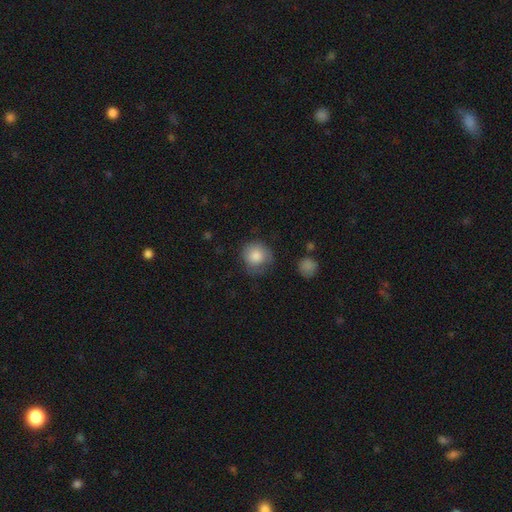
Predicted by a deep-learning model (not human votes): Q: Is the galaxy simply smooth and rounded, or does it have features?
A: smooth — 83%.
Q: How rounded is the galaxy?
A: round — 87%.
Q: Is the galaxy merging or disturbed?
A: none — 61%.